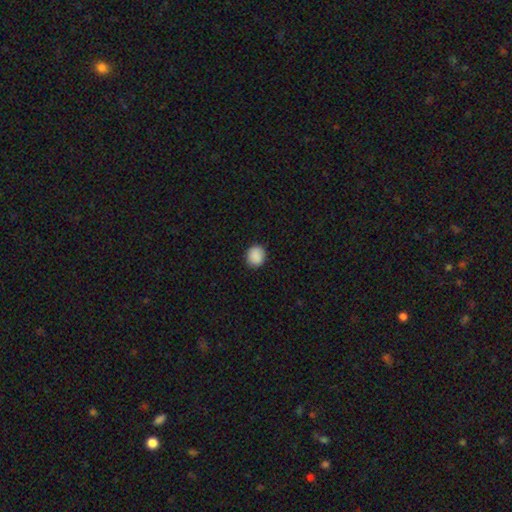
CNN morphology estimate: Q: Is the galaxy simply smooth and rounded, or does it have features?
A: smooth — 89%.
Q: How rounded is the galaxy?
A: round — 80%.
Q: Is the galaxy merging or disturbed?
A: none — 89%.